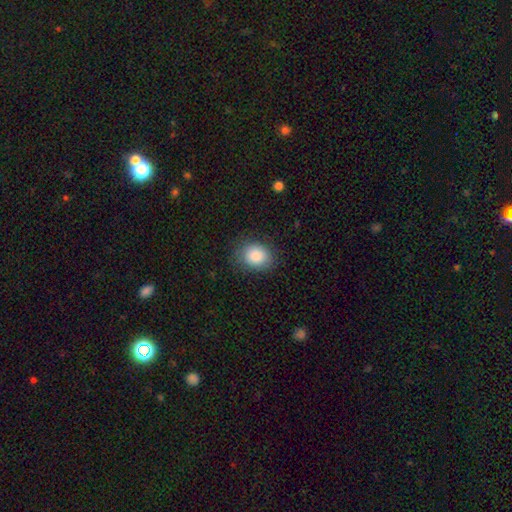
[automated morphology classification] Q: Smooth or featured?
A: smooth (87%); runner-up: star or artifact (8%)
Q: How rounded?
A: round (54%); runner-up: in between (45%)
Q: Merging?
A: none (82%); runner-up: minor disturbance (13%)